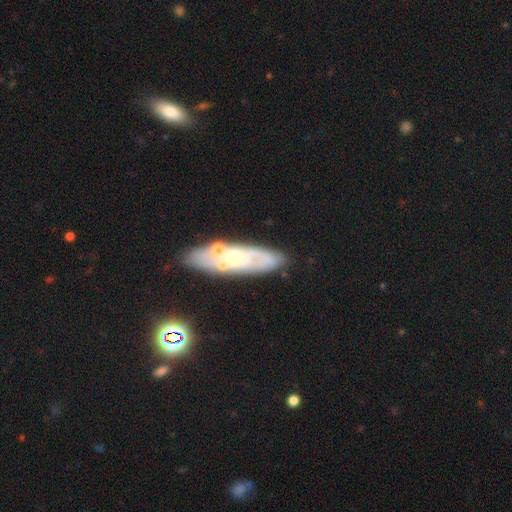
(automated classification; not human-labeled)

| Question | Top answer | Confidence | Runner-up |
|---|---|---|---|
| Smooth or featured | featured or disk | 65% | smooth (25%) |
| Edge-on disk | no | 73% | yes (27%) |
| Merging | none | 68% | minor disturbance (14%) |